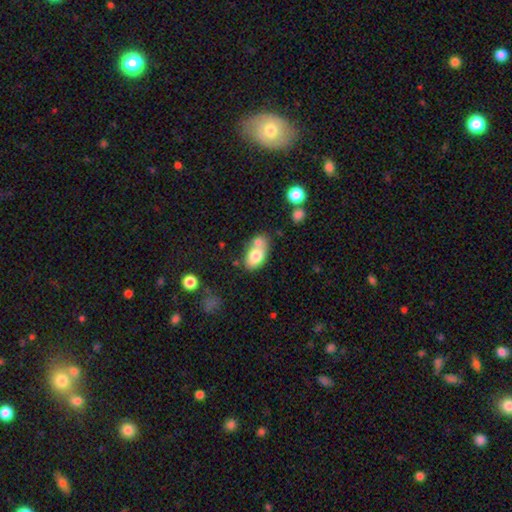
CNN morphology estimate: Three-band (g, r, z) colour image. It shows a smooth galaxy with no disk features (74%) that is in between round and cigar-shaped (84%). Merging: merger (44%).